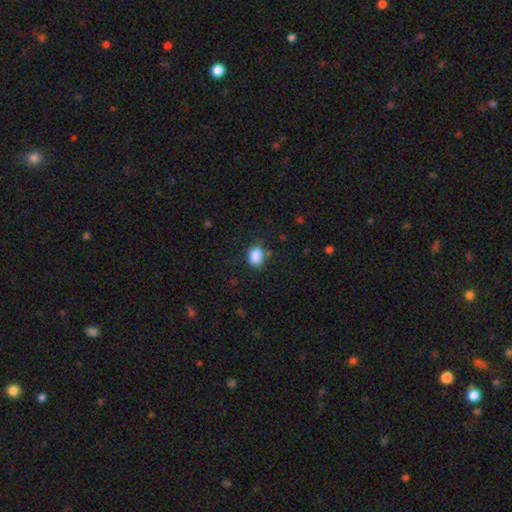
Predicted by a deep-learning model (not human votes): This appears to be a smooth galaxy with no disk features (87%) that is in between round and cigar-shaped (60%). Merging: none (77%).